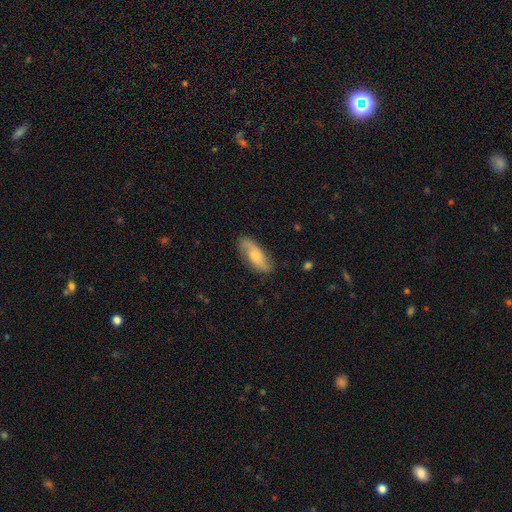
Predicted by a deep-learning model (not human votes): smooth-or-featured: smooth: 48% | featured or disk: 45% | star or artifact: 6%
  merging: none: 76% | minor disturbance: 18% | major disturbance: 5% | merger: 1%